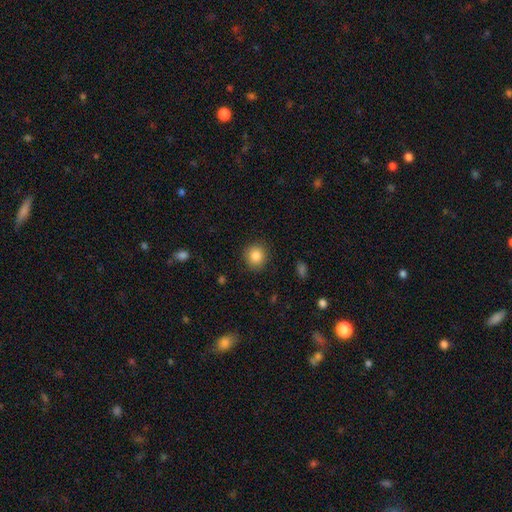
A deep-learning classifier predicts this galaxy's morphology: type=smooth (85%); roundness=round (87%); merging=none (88%).